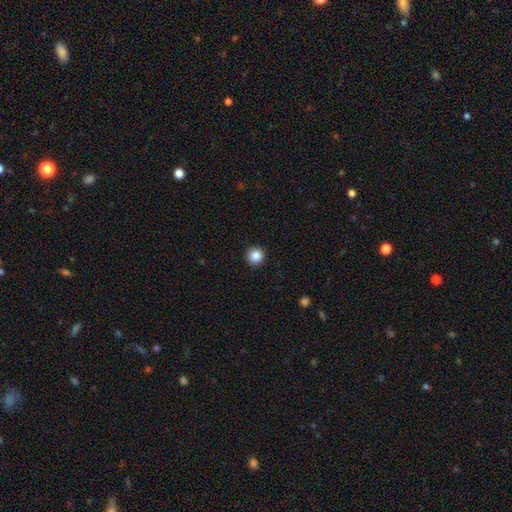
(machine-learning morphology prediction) The model was most divided on "smooth or featured": smooth: 87%, star or artifact: 10%, featured or disk: 4%. More confident: how rounded — round (96%); merging — none (93%).